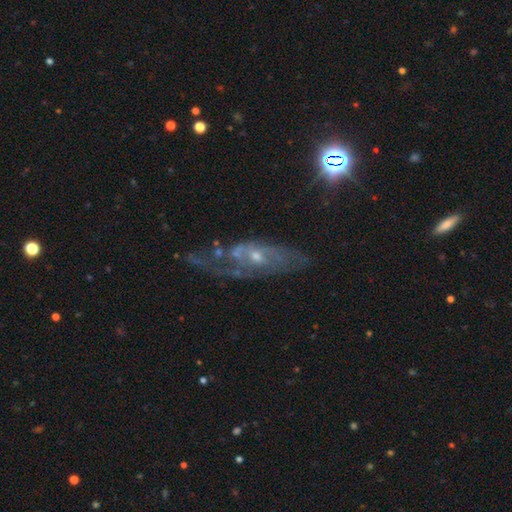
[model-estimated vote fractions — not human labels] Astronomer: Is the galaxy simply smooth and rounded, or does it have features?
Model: featured or disk — 77%.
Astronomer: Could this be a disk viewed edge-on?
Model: no — 87%.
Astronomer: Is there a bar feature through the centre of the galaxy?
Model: no — 58% (runner-up: weak, 35%).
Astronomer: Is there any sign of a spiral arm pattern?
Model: yes — 77%.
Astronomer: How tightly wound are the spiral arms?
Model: medium — 40% (runner-up: tight, 32%).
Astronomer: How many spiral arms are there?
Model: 2 — 38% (runner-up: can't tell, 37%).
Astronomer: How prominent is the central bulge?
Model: small — 53% (runner-up: moderate, 42%).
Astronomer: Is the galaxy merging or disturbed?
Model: none — 45% (runner-up: major disturbance, 26%).